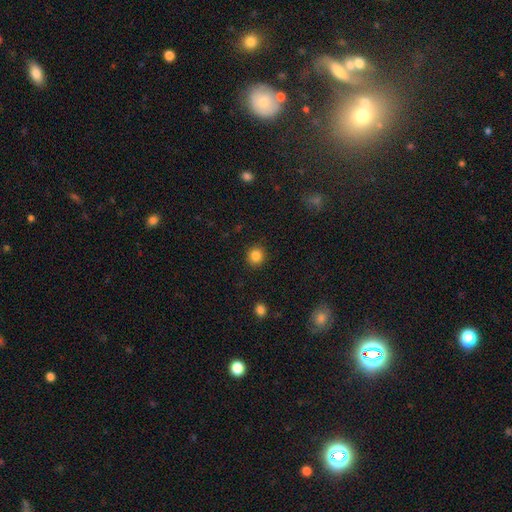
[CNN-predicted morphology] The model was most divided on "smooth or featured": smooth: 85%, star or artifact: 11%, featured or disk: 4%. More confident: merging — none (91%); how rounded — round (91%).